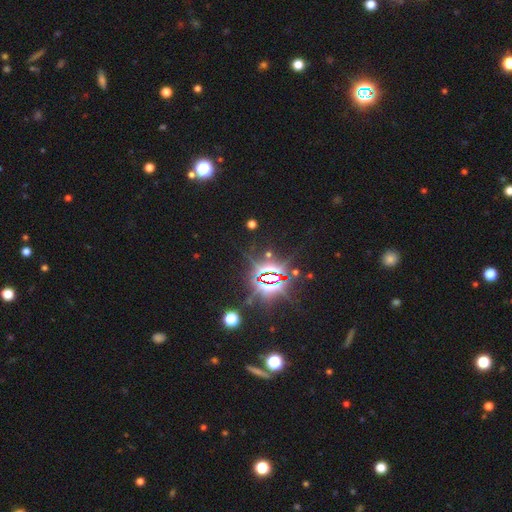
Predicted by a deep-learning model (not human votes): This is clearly a star or artifact rather than a galaxy (84%).